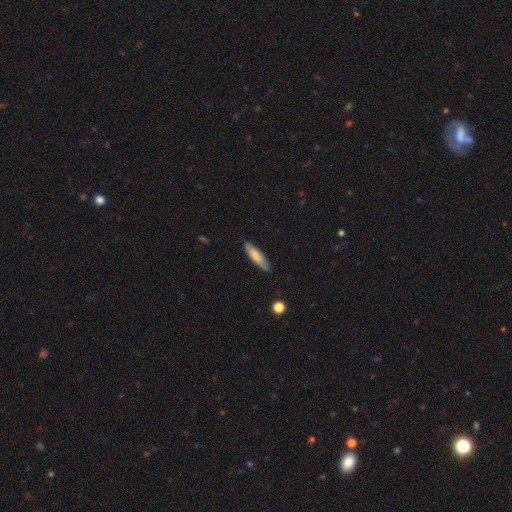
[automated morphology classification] A smooth galaxy with no disk features (72%) that is cigar-shaped (67%). Merging: none (82%).